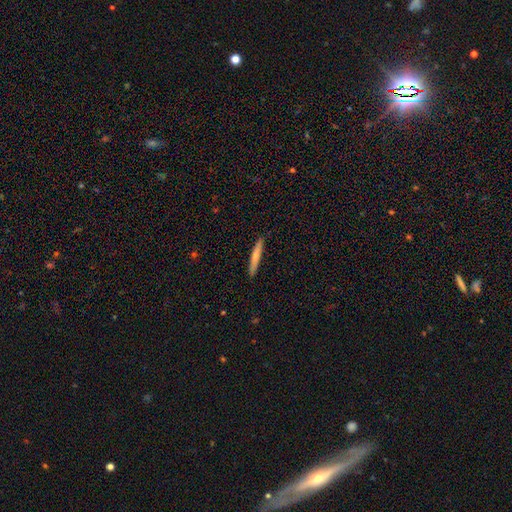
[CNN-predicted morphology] Overall: smooth (66%; featured or disk 28%). How rounded: cigar-shaped (94%). Merging: none (90%).